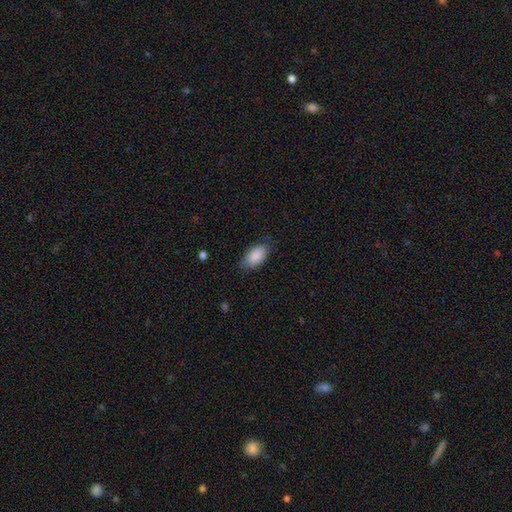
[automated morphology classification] A smooth galaxy with no disk features (88%) that is in between round and cigar-shaped (94%). Merging: none (76%).